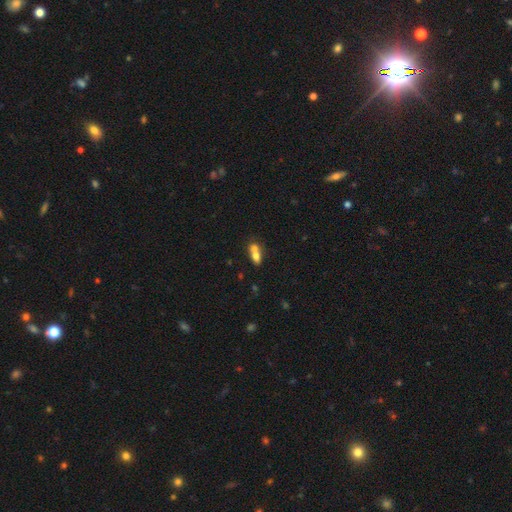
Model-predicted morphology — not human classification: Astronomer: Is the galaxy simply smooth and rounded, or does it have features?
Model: smooth — 69%.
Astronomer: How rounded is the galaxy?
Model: in between — 71%.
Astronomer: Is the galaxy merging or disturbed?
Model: merger — 63%.